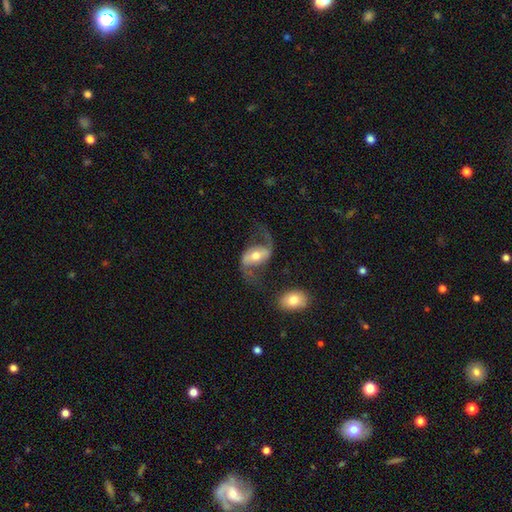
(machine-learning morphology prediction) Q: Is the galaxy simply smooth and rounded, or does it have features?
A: featured or disk — 86%.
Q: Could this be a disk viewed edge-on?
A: no — 96%.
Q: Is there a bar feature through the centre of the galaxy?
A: strong — 42%.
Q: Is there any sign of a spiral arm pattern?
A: yes — 95%.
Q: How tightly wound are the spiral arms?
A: loose — 76%.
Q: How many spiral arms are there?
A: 2 — 93%.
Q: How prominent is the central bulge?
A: moderate — 67%.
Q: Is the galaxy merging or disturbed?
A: none — 65%.